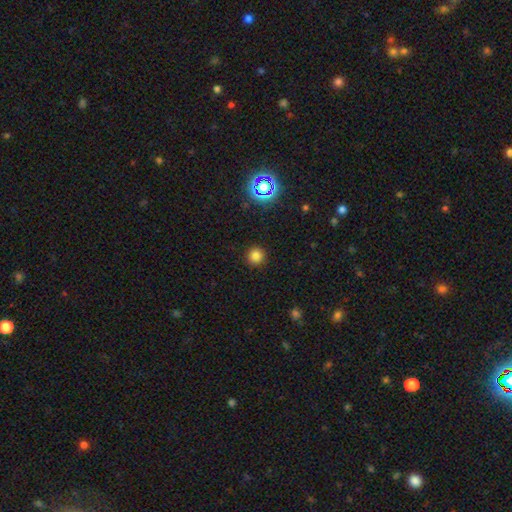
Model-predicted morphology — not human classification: smooth-or-featured: smooth: 79% | star or artifact: 17% | featured or disk: 5%
  how-rounded: round: 94% | in between: 5% | cigar-shaped: 1%
  merging: none: 91% | minor disturbance: 6% | major disturbance: 2% | merger: 1%